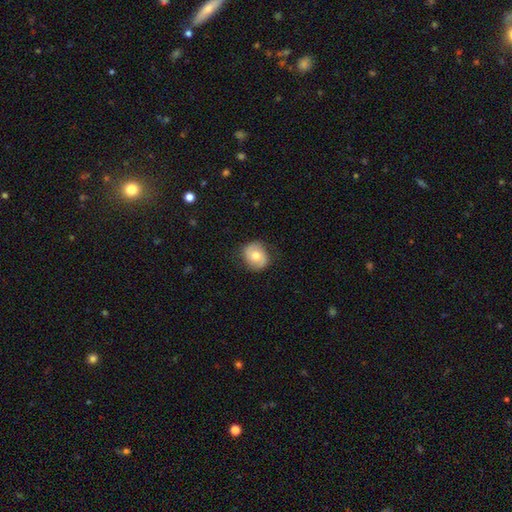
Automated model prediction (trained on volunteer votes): Smooth or featured: smooth — 53% (featured or disk — 40%)
How rounded: round — 71% (in between — 28%)
Merging: none — 79% (minor disturbance — 15%)